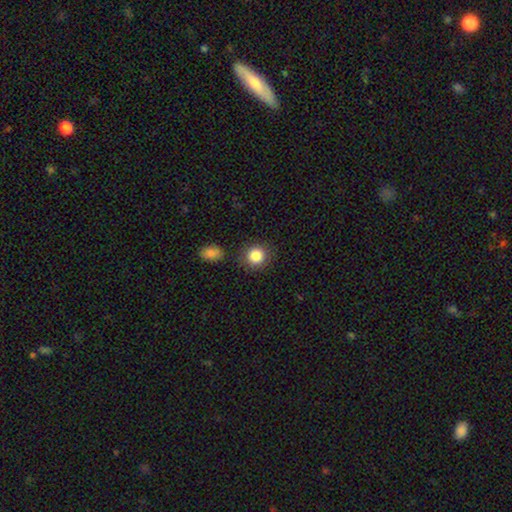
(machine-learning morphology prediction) Smooth or featured: smooth — 85% (star or artifact — 9%)
How rounded: round — 87% (in between — 12%)
Merging: none — 83% (minor disturbance — 9%)